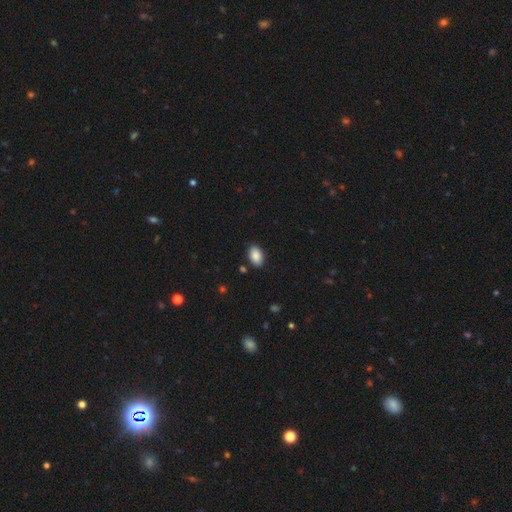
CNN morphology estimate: Smooth or featured: smooth — 89% (star or artifact — 7%)
How rounded: in between — 91% (round — 8%)
Merging: none — 87% (minor disturbance — 10%)